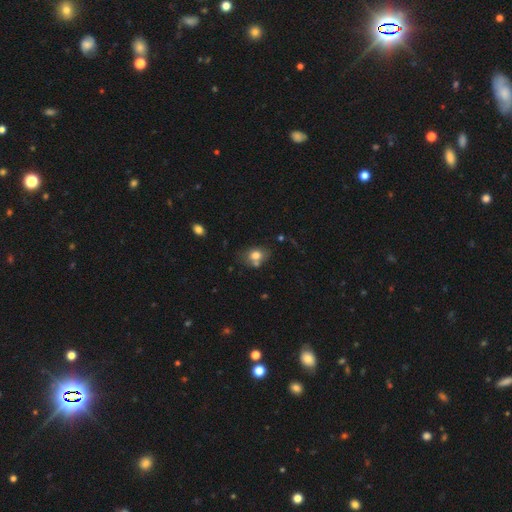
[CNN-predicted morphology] A smooth galaxy with no disk features (76%) that is in between round and cigar-shaped (55%).

Vote fractions:
- Smooth or featured? smooth: 76% / featured or disk: 13% / star or artifact: 11%
- How rounded? in between: 55% / round: 44% / cigar-shaped: 1%
- Merging? none: 55% / minor disturbance: 20% / merger: 19% / major disturbance: 6%